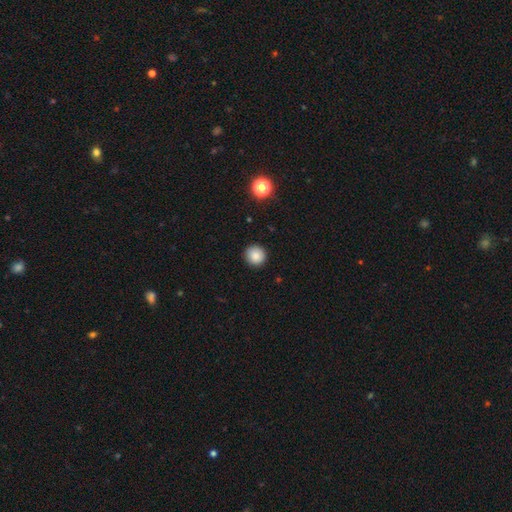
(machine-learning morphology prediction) Smooth or featured? Predicted: smooth (p=0.85). How rounded? Predicted: round (p=0.94). Merging? Predicted: none (p=0.91).